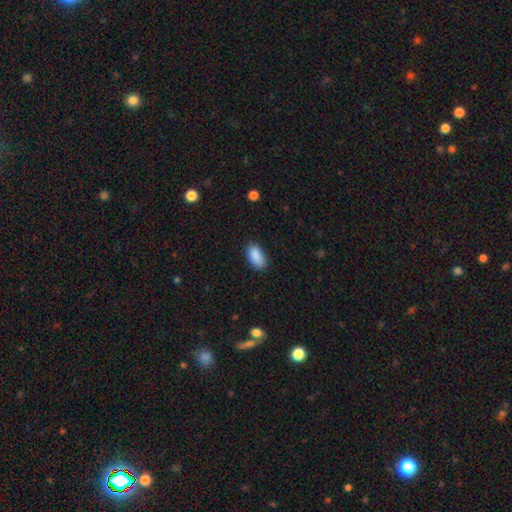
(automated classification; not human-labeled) Q: Smooth or featured?
A: smooth (89%); runner-up: star or artifact (7%)
Q: How rounded?
A: in between (93%); runner-up: cigar-shaped (4%)
Q: Merging?
A: none (81%); runner-up: minor disturbance (15%)